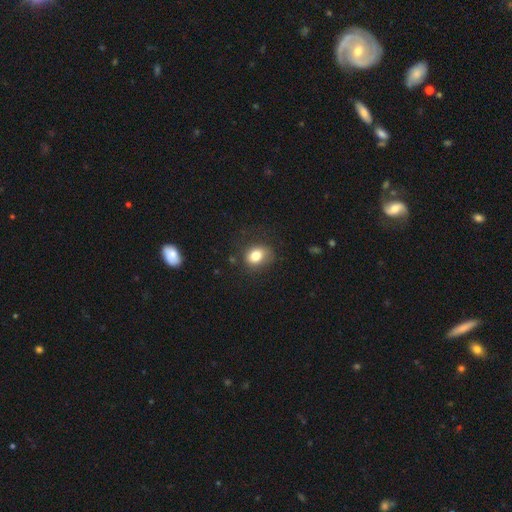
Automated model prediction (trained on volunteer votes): Smooth or featured?
  - smooth: 80% *
  - featured or disk: 10%
  - star or artifact: 10%
How rounded?
  - in between: 53% *
  - round: 46%
  - cigar-shaped: 1%
Merging?
  - none: 73% *
  - minor disturbance: 18%
  - major disturbance: 7%
  - merger: 2%